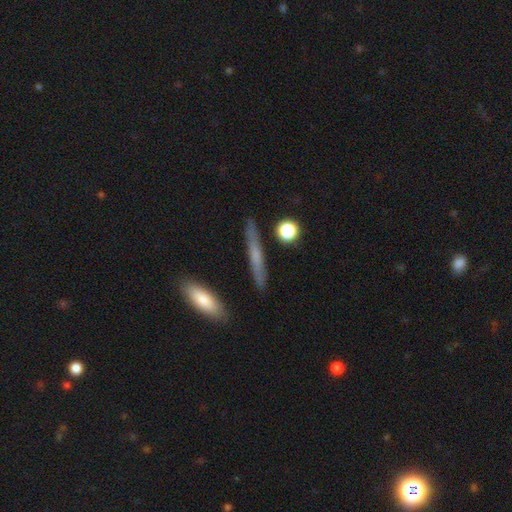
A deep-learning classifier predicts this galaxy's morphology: smooth-or-featured: smooth: 50% | featured or disk: 41% | star or artifact: 9%
  how-rounded: cigar-shaped: 88% | in between: 7% | round: 5%
  merging: none: 87% | minor disturbance: 9% | merger: 2% | major disturbance: 2%